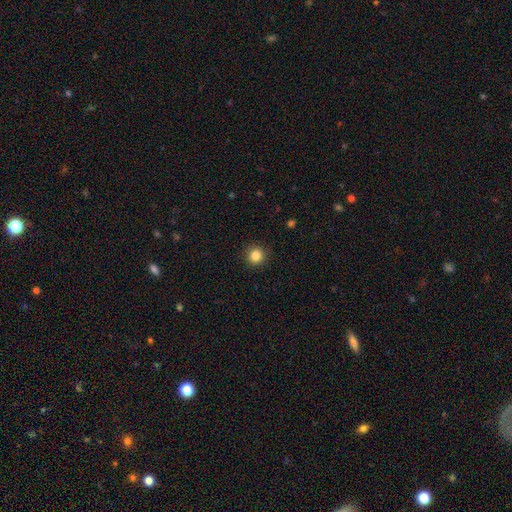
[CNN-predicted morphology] Overall: smooth (84%). How rounded: round (95%). Merging: none (92%).